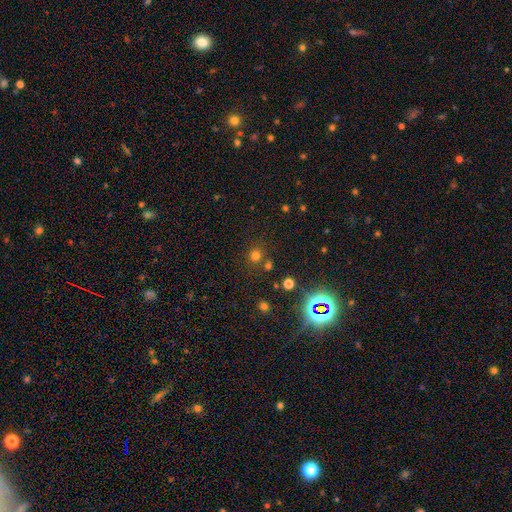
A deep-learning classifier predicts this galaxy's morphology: smooth 68%, star or artifact 26%, featured or disk 6%. Down the decision tree: how rounded — round (88%); merging — none (74%).